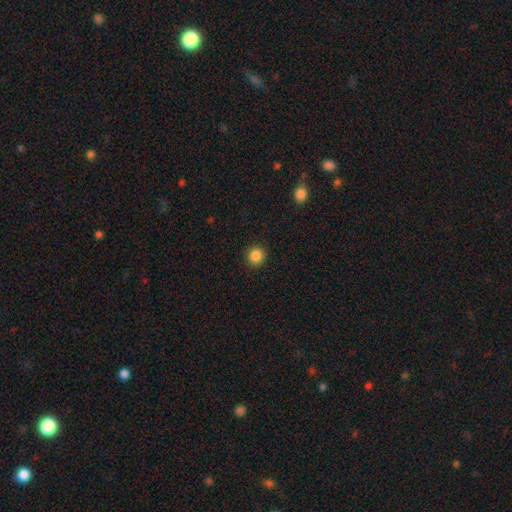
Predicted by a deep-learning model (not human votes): Smooth or featured?
  - smooth: 86% *
  - star or artifact: 10%
  - featured or disk: 3%
How rounded?
  - round: 92% *
  - in between: 7%
  - cigar-shaped: 1%
Merging?
  - none: 92% *
  - minor disturbance: 6%
  - major disturbance: 2%
  - merger: 1%